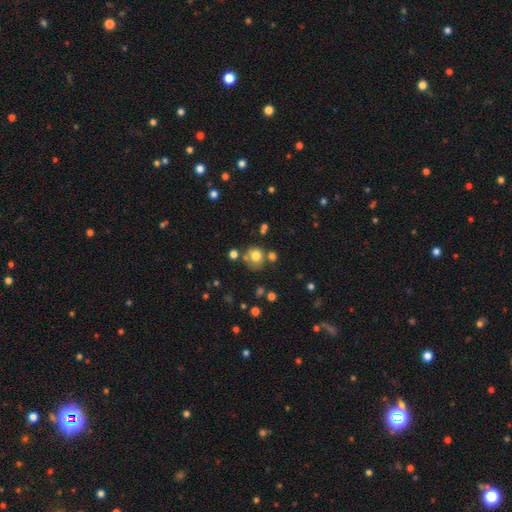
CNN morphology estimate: Overall: smooth (76%). How rounded: round (80%). Merging: none (62%).